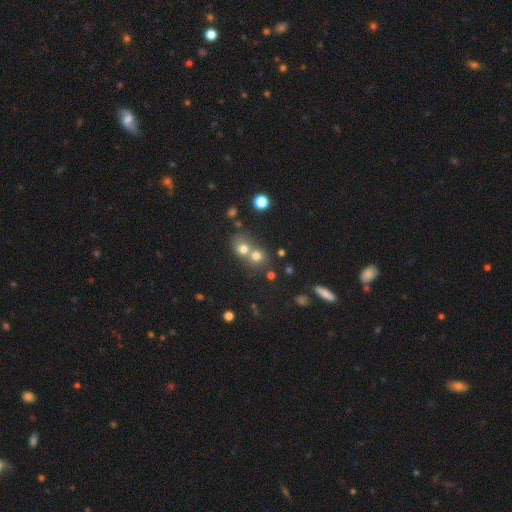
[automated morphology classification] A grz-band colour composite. It shows a smooth galaxy with no disk features (71%) that is round (80%). Merging: merger (56%).